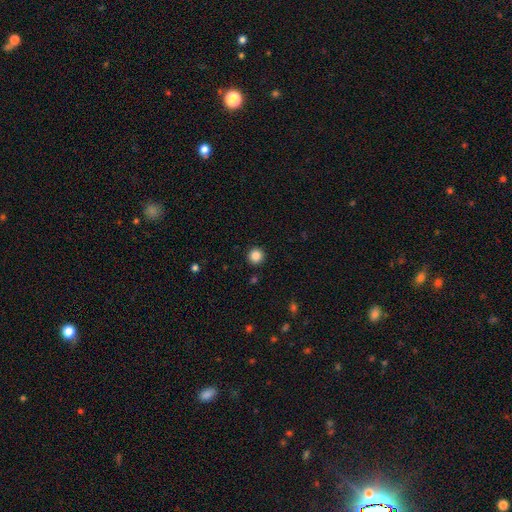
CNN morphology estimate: smooth-or-featured: smooth: 85% | star or artifact: 11% | featured or disk: 4%
  how-rounded: round: 95% | in between: 4% | cigar-shaped: 1%
  merging: none: 93% | minor disturbance: 5% | major disturbance: 2% | merger: 1%